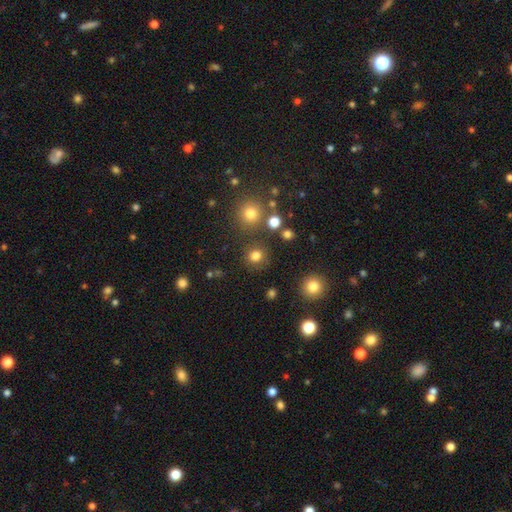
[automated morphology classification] Smooth or featured: smooth — 80% (star or artifact — 15%)
How rounded: round — 89% (in between — 10%)
Merging: none — 84% (minor disturbance — 7%)